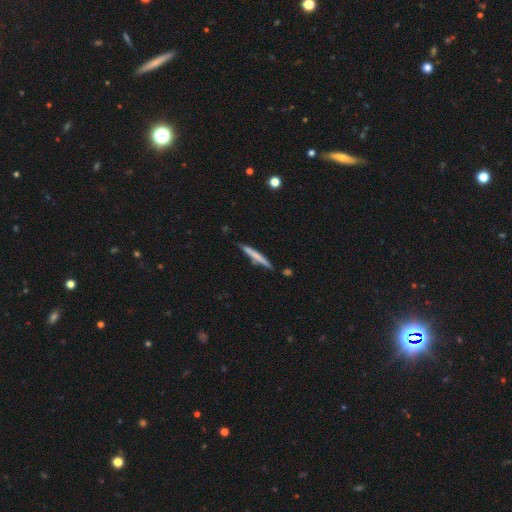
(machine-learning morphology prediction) Q: Smooth or featured?
A: smooth (59%); runner-up: featured or disk (35%)
Q: How rounded?
A: cigar-shaped (96%); runner-up: in between (3%)
Q: Merging?
A: none (82%); runner-up: minor disturbance (12%)